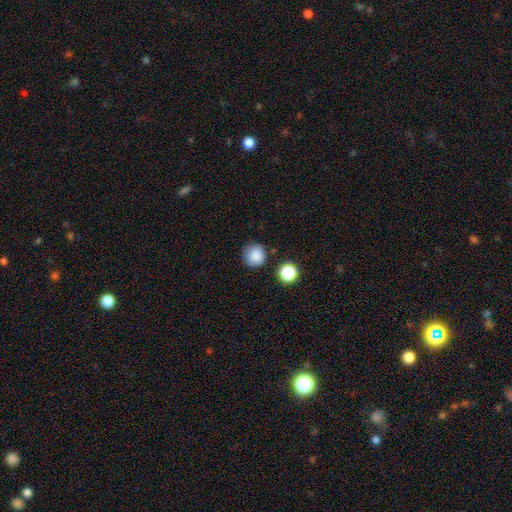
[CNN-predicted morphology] This appears to be a smooth galaxy with no disk features (85%) that is round (92%). Merging: none (81%).